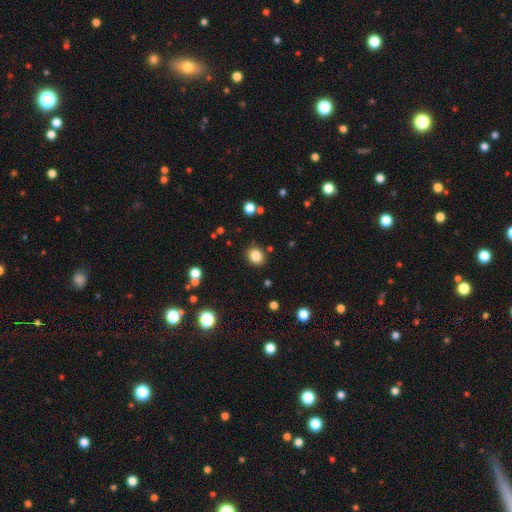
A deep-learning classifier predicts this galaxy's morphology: This is clearly a smooth galaxy (84%). How rounded: likely round (63%). Merging: clearly none (86%).